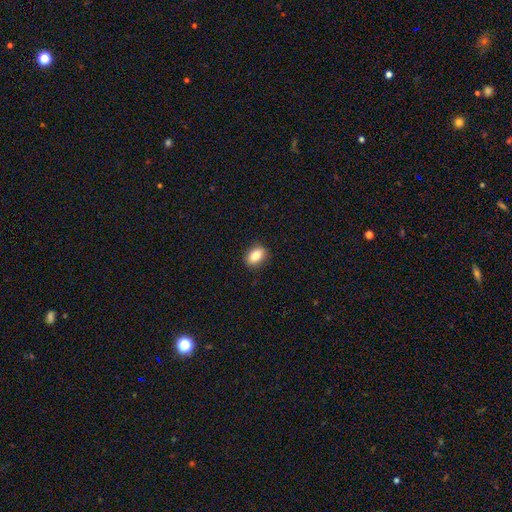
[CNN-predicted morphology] type=smooth (83%); roundness=in between (82%); merging=none (88%).